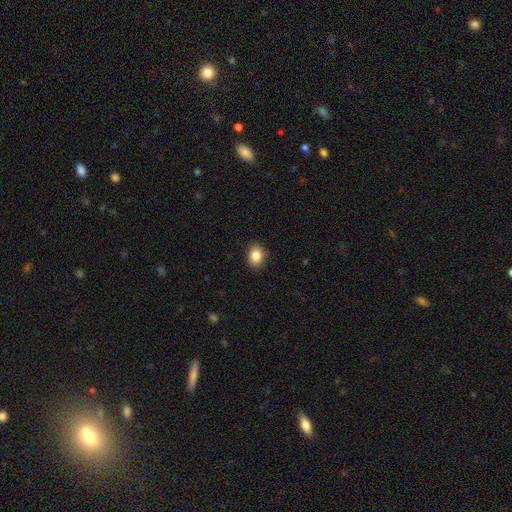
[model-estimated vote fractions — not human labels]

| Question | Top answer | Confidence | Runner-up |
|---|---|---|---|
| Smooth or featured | smooth | 85% | star or artifact (9%) |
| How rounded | in between | 59% | round (40%) |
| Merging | none | 89% | minor disturbance (8%) |